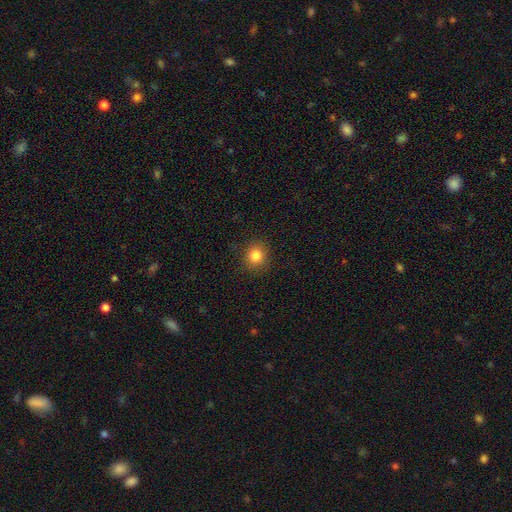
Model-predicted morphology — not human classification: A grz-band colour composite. It shows a smooth galaxy with no disk features (82%) that is round (87%). Merging: none (90%).